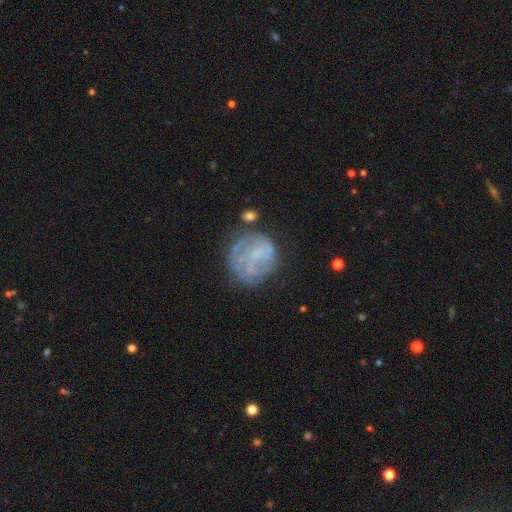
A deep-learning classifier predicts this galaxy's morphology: A featured or disk galaxy (55%) with no bar (69%), no spiral arms (58%) and no central bulge (58%).

Vote fractions:
- Smooth or featured? featured or disk: 55% / smooth: 33% / star or artifact: 11%
- Edge-on disk? no: 98% / yes: 2%
- Bar? no: 69% / weak: 24% / strong: 6%
- Spiral arms? no: 58% / yes: 42%
- Bulge size? none: 58% / small: 29% / moderate: 10% / large: 2% / dominant: 1%
- Merging? none: 54% / minor disturbance: 21% / major disturbance: 20% / merger: 5%